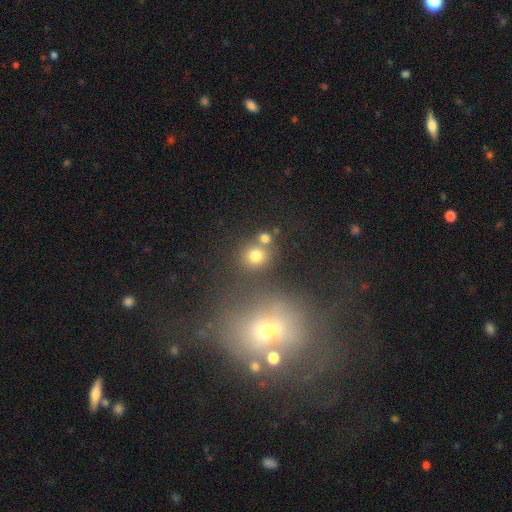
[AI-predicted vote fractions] Overall: smooth (74%). How rounded: round (85%). Merging: none (67%).